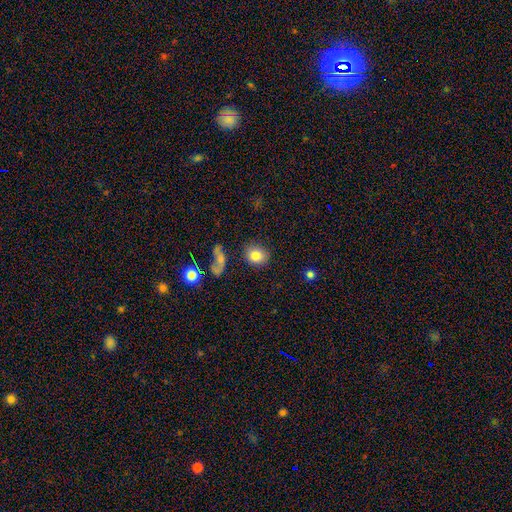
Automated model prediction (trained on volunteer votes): A smooth galaxy with no disk features (83%) that is round (73%).

Vote fractions:
- Smooth or featured? smooth: 83% / star or artifact: 9% / featured or disk: 8%
- How rounded? round: 73% / in between: 26% / cigar-shaped: 1%
- Merging? none: 85% / minor disturbance: 9% / merger: 3% / major disturbance: 3%